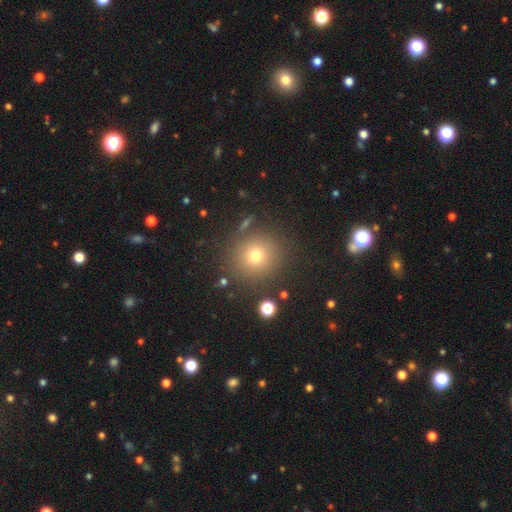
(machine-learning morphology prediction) This is likely a smooth galaxy (72%). How rounded: clearly round (93%). Merging: clearly none (85%).